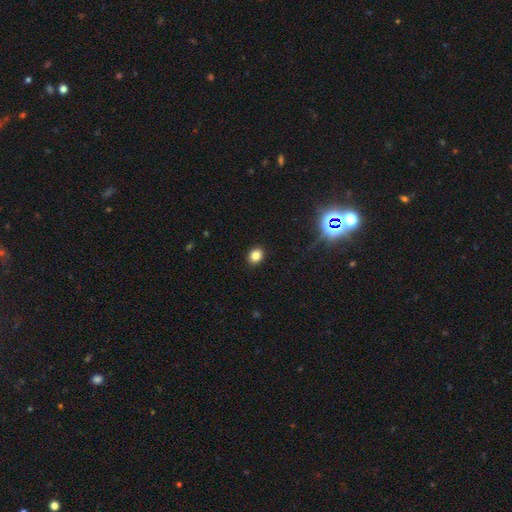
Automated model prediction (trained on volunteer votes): smooth 81%, star or artifact 13%, featured or disk 6%. Down the decision tree: how rounded — in between (50%); merging — none (91%).